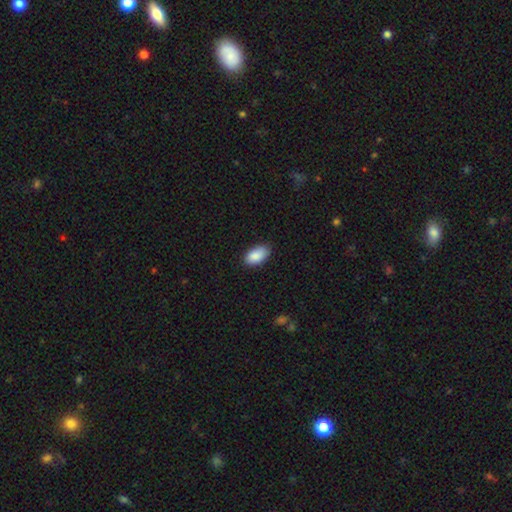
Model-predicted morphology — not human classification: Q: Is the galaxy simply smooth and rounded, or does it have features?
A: smooth — 89%.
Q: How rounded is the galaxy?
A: in between — 94%.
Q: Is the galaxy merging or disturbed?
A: none — 78%.